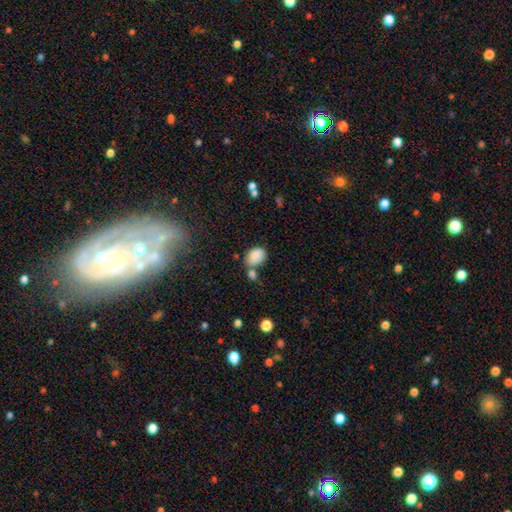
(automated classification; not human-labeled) The model was most divided on "merging": none: 52%, merger: 23%, minor disturbance: 19%, major disturbance: 7%. More confident: smooth or featured — smooth (86%); how rounded — in between (74%).